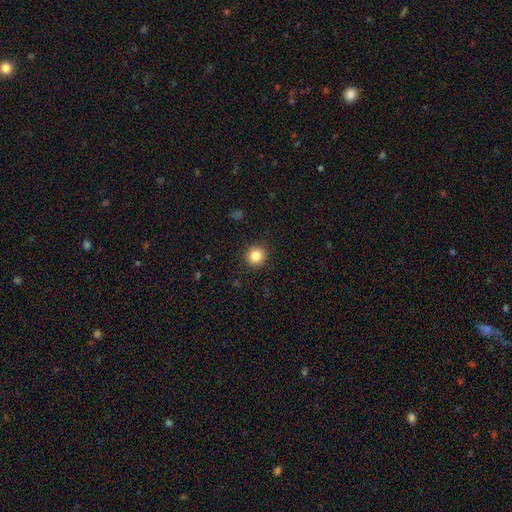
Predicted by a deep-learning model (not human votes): The model was most divided on "smooth or featured": smooth: 83%, star or artifact: 11%, featured or disk: 6%. More confident: merging — none (90%); how rounded — round (90%).